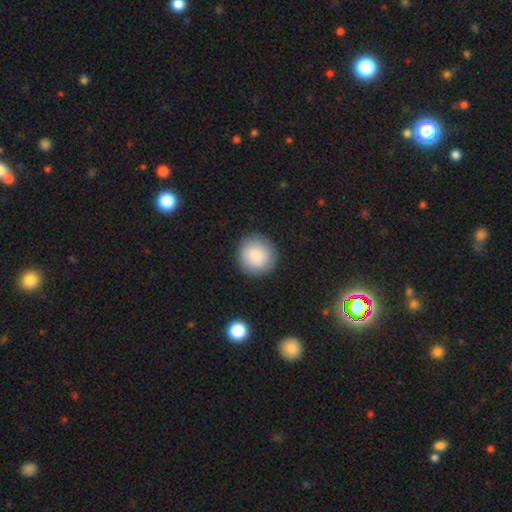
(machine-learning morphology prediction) This is clearly a smooth galaxy (87%). How rounded: clearly round (92%). Merging: clearly none (90%).